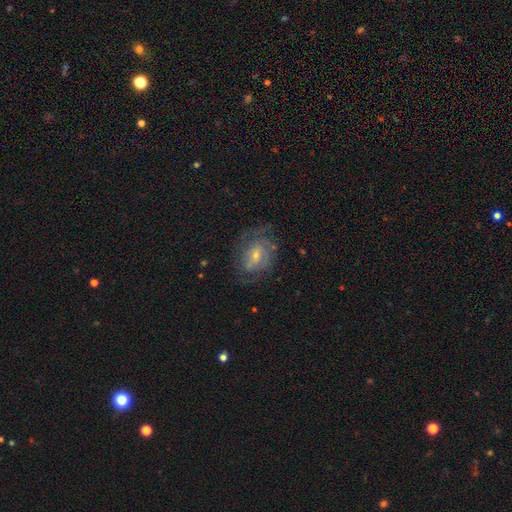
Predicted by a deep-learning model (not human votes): Smooth or featured? Predicted: featured or disk (p=0.65). Edge-on disk? Predicted: no (p=0.96). Bar? Predicted: no (p=0.47). Spiral arms? Predicted: yes (p=0.79). Bulge size? Predicted: small (p=0.60). Merging? Predicted: none (p=0.66).